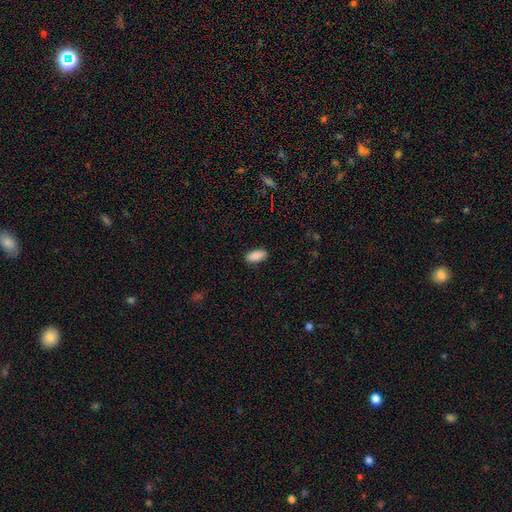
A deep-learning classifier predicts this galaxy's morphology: type=smooth (89%); roundness=in between (90%); merging=none (89%).